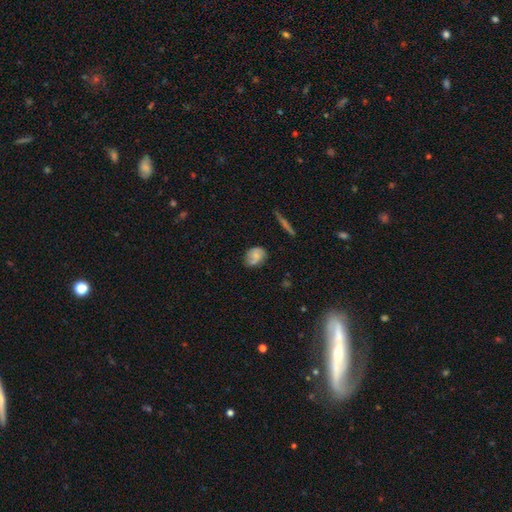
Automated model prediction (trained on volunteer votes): Smooth or featured: smooth — 57% (featured or disk — 35%)
How rounded: in between — 59% (round — 39%)
Merging: none — 66% (minor disturbance — 25%)